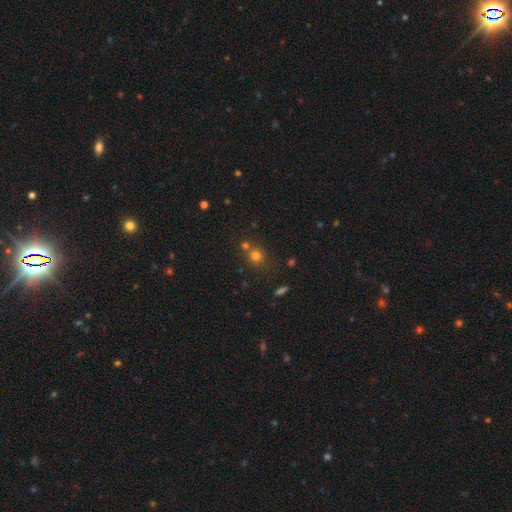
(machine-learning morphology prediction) smooth 72%, star or artifact 19%, featured or disk 9%. Down the decision tree: how rounded — round (82%); merging — none (61%).